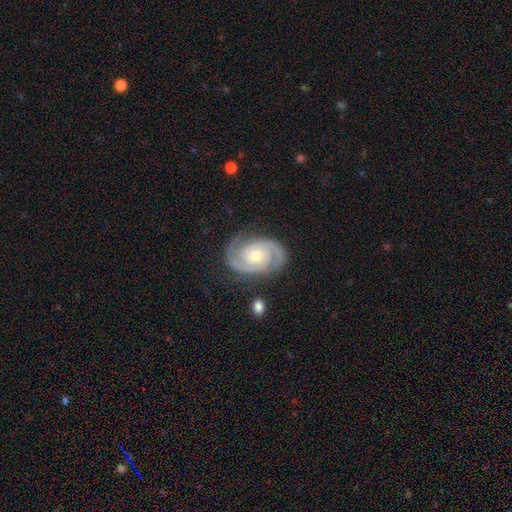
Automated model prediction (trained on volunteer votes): Morphology: type=featured or disk (93%); edge-on=no (98%); bar=no (74%); spiral arms=yes (99%); winding=tight (60%); arm count=2 (93%); bulge=moderate (55%); merging=none (84%).